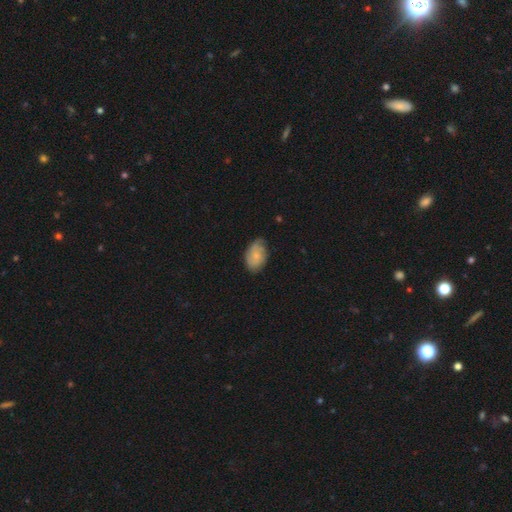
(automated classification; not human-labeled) smooth 57%, featured or disk 36%, star or artifact 7%. Down the decision tree: how rounded — in between (88%); merging — none (64%).